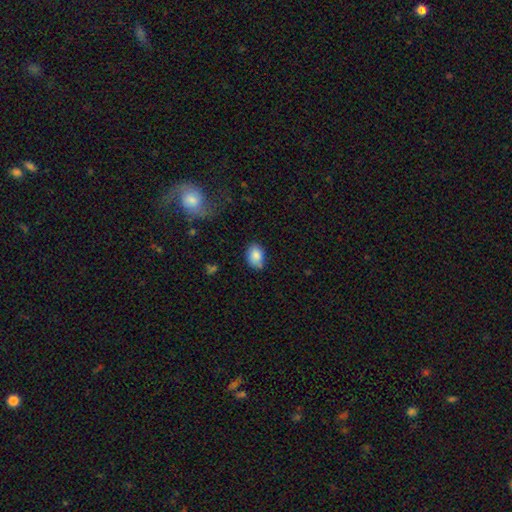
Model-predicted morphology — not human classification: smooth-or-featured: smooth: 85% | star or artifact: 8% | featured or disk: 7%
  how-rounded: in between: 78% | round: 21% | cigar-shaped: 1%
  merging: none: 71% | minor disturbance: 21% | merger: 4% | major disturbance: 4%